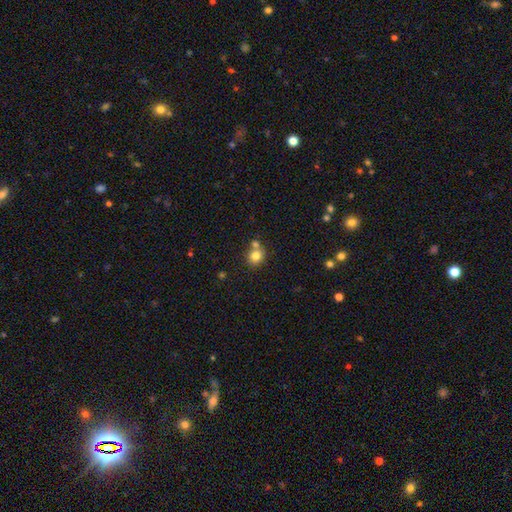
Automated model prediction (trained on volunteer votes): Q: Smooth or featured?
A: smooth (80%); runner-up: star or artifact (11%)
Q: How rounded?
A: round (78%); runner-up: in between (21%)
Q: Merging?
A: none (55%); runner-up: merger (33%)